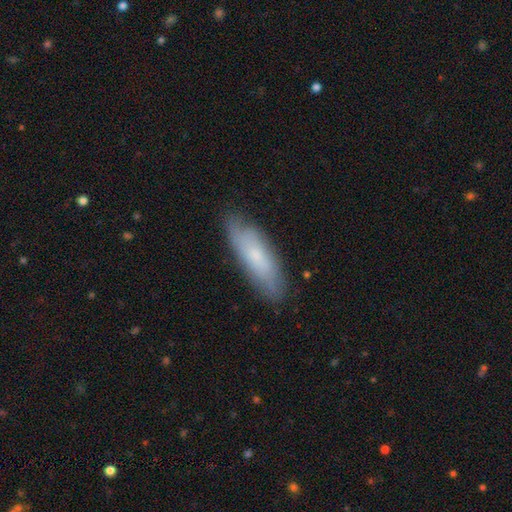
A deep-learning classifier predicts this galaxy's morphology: type=smooth (61%); roundness=cigar-shaped (50%); merging=none (79%).